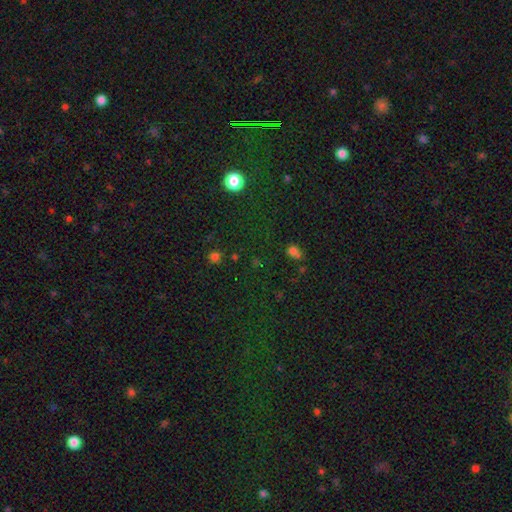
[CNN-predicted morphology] type=star or artifact (68%).